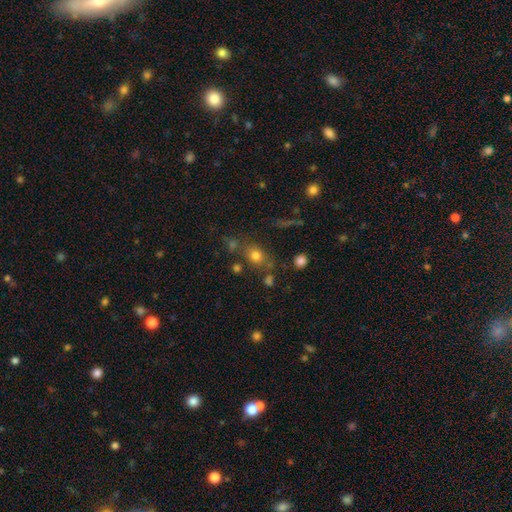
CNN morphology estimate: Overall: smooth (73%). How rounded: round (57%; in between 40%). Merging: none (67%).